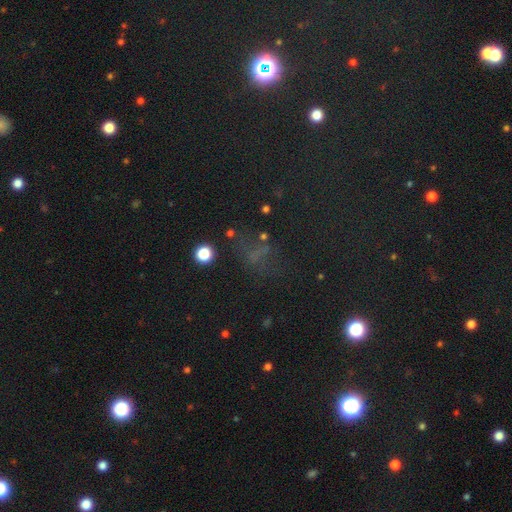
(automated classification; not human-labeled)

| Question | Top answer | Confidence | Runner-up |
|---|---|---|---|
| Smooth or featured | star or artifact | 50% | smooth (34%) |